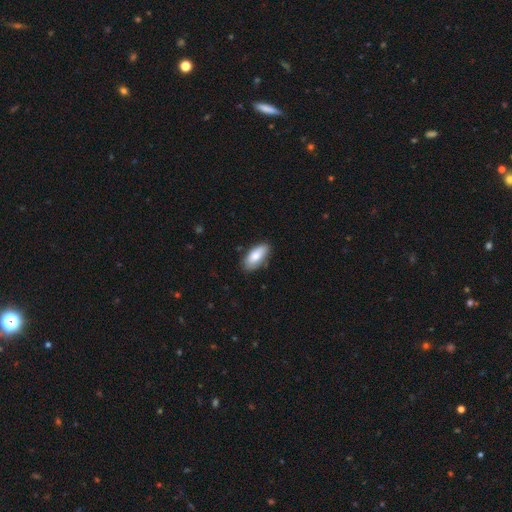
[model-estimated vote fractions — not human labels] A smooth galaxy with no disk features (81%) that is in between round and cigar-shaped (90%). Merging: none (79%).